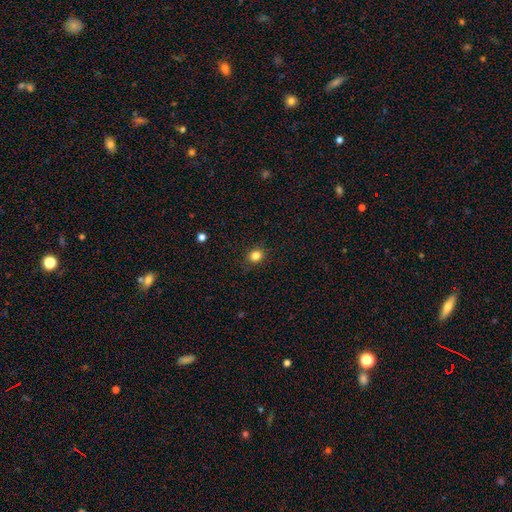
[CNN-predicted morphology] smooth_or_featured: smooth (p=0.83) [alt: star or artifact p=0.12]
how_rounded: round (p=0.69) [alt: in between p=0.30]
merging: none (p=0.87) [alt: minor disturbance p=0.09]